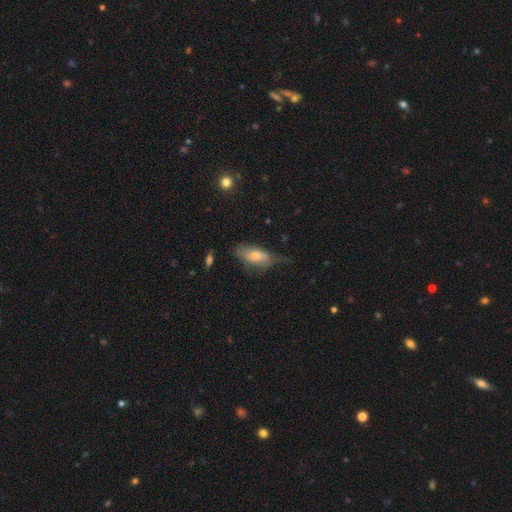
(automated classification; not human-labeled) This is likely a smooth galaxy (60%). How rounded: likely in between (79%). Merging: possibly none (46%).